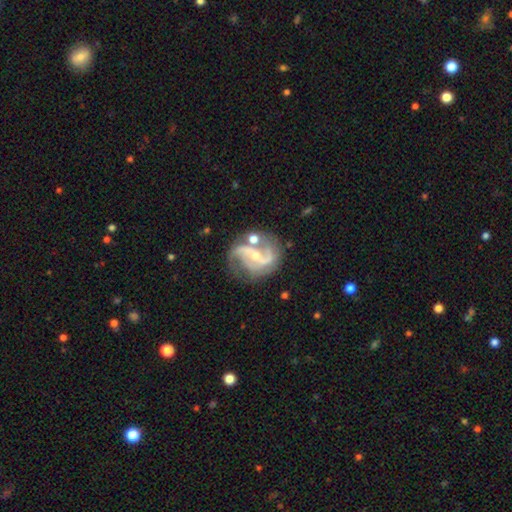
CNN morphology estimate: A featured or disk galaxy (90%) with a weak bar (39%), 2 (82%) medium (49%) spiral arms (97%) and a small central bulge (60%).

Vote fractions:
- Smooth or featured? featured or disk: 90% / star or artifact: 6% / smooth: 4%
- Edge-on disk? no: 98% / yes: 2%
- Bar? weak: 39% / strong: 32% / no: 30%
- Spiral arms? yes: 97% / no: 3%
- Spiral winding? medium: 49% / loose: 37% / tight: 14%
- Spiral arm count? 2: 82% / 3: 8% / can't tell: 4% / 1: 2% / 4: 2% / more than 4: 2%
- Bulge size? small: 60% / moderate: 36% / none: 2% / large: 1% / dominant: 1%
- Merging? none: 59% / minor disturbance: 19% / major disturbance: 11% / merger: 10%